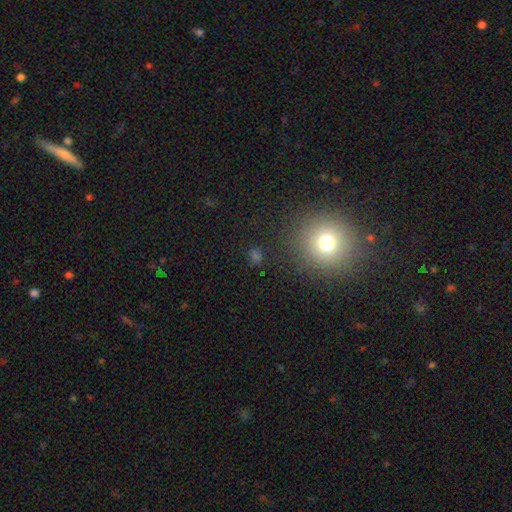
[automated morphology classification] Smooth or featured? smooth (61%)
How rounded? round (81%)
Merging? none (84%)